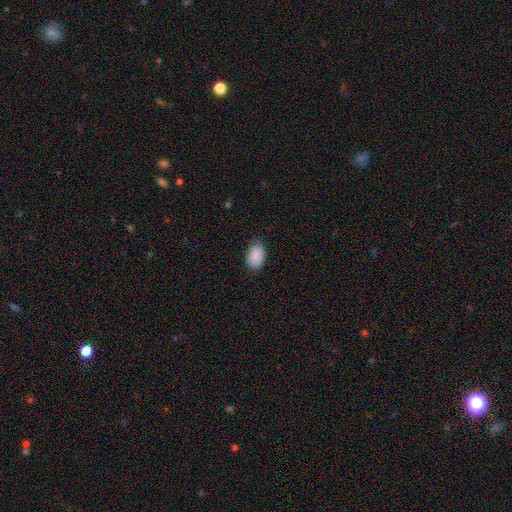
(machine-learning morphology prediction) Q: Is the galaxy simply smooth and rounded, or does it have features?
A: smooth — 90%.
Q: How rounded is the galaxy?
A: in between — 92%.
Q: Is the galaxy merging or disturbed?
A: none — 76%.